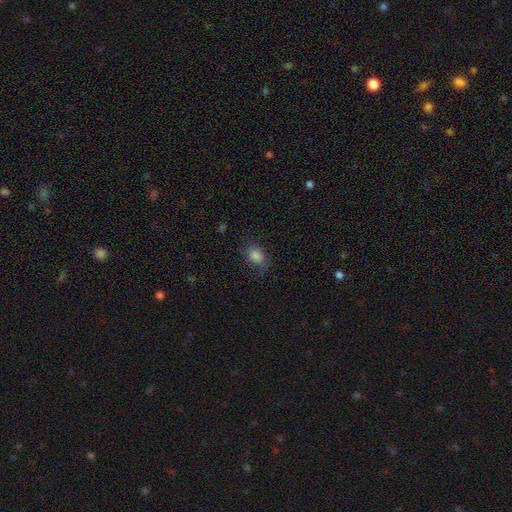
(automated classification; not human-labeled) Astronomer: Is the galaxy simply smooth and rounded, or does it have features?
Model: smooth — 83%.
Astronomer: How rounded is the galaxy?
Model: in between — 60% (runner-up: round, 39%).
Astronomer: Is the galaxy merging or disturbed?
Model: none — 74%.